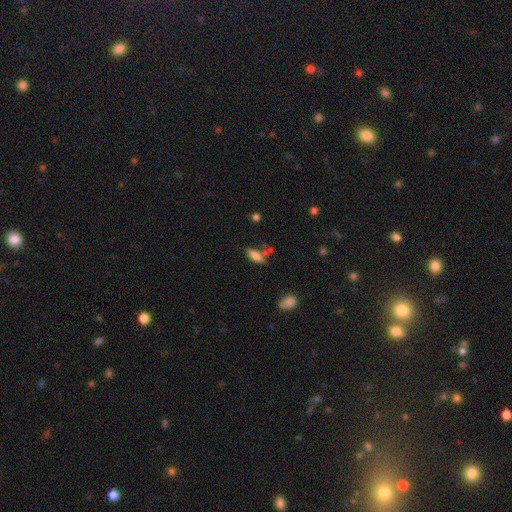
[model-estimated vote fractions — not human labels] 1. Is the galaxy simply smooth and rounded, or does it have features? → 74% smooth, 16% featured or disk, 10% star or artifact.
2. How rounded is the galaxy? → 69% in between, 28% cigar-shaped, 3% round.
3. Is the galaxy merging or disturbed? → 56% none, 21% minor disturbance, 16% merger, 8% major disturbance.